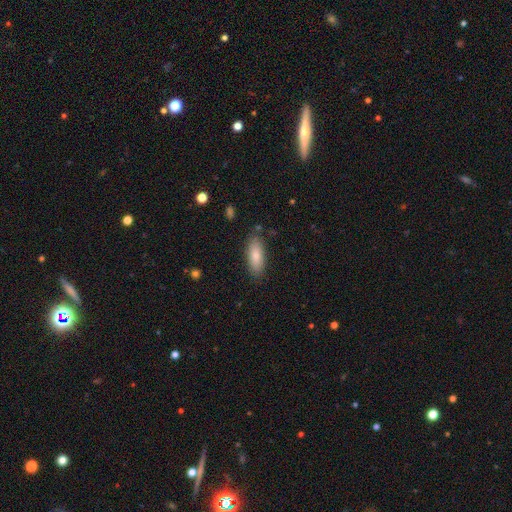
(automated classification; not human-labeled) smooth 79%, featured or disk 14%, star or artifact 7%. Down the decision tree: how rounded — in between (71%); merging — none (83%).